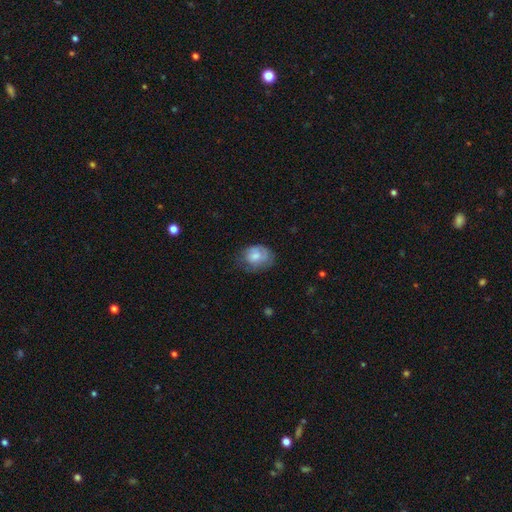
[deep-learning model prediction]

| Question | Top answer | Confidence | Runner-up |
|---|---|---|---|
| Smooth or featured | smooth | 64% | featured or disk (29%) |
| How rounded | in between | 61% | round (38%) |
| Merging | none | 54% | minor disturbance (30%) |